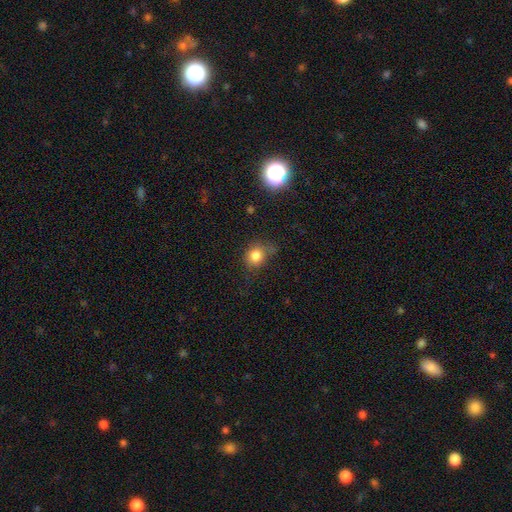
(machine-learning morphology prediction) A smooth galaxy with no disk features (81%) that is round (69%).

Vote fractions:
- Smooth or featured? smooth: 81% / star or artifact: 12% / featured or disk: 7%
- How rounded? round: 69% / in between: 30% / cigar-shaped: 1%
- Merging? none: 58% / minor disturbance: 27% / major disturbance: 11% / merger: 4%